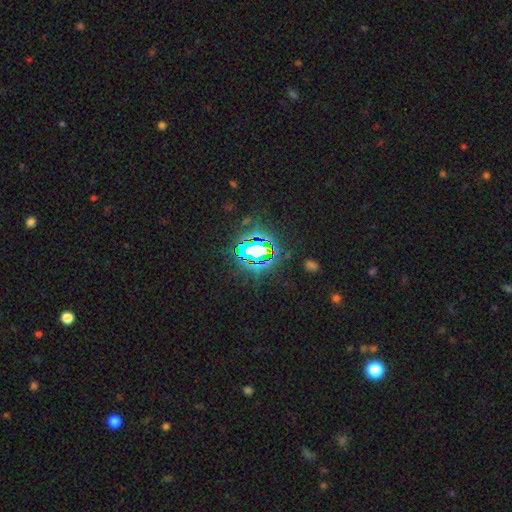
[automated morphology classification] Q: Smooth or featured?
A: star or artifact (80%); runner-up: smooth (12%)